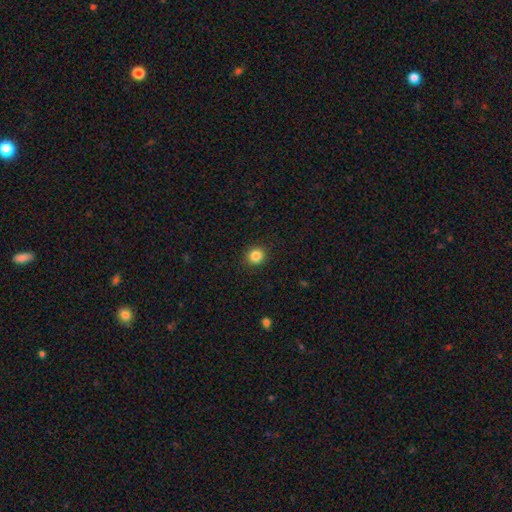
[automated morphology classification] smooth 85%, star or artifact 11%, featured or disk 4%. Down the decision tree: how rounded — round (88%); merging — none (91%).